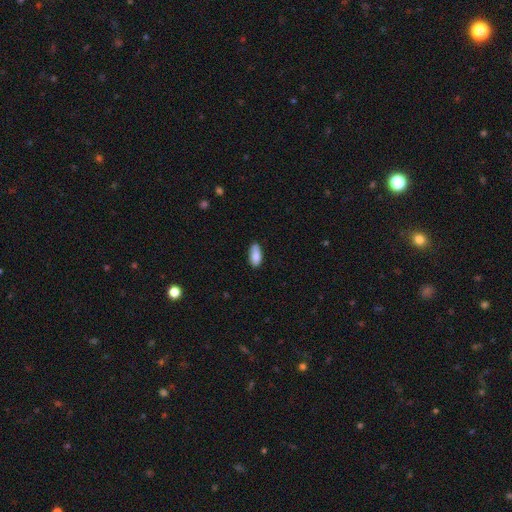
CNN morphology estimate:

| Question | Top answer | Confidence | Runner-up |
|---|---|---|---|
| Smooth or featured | smooth | 87% | star or artifact (7%) |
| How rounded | in between | 85% | cigar-shaped (13%) |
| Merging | none | 75% | minor disturbance (20%) |